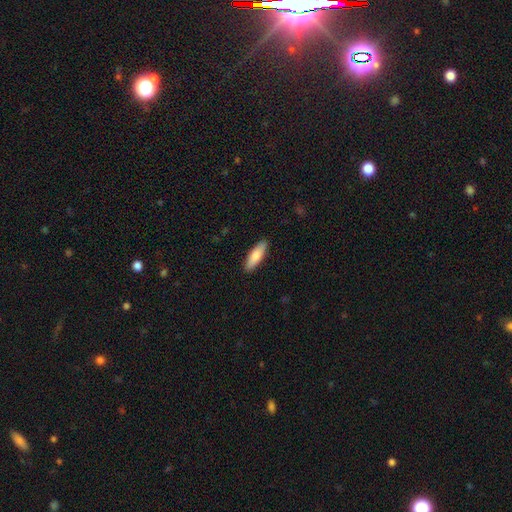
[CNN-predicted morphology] Smooth or featured? smooth (80%)
How rounded? cigar-shaped (51%)
Merging? none (90%)